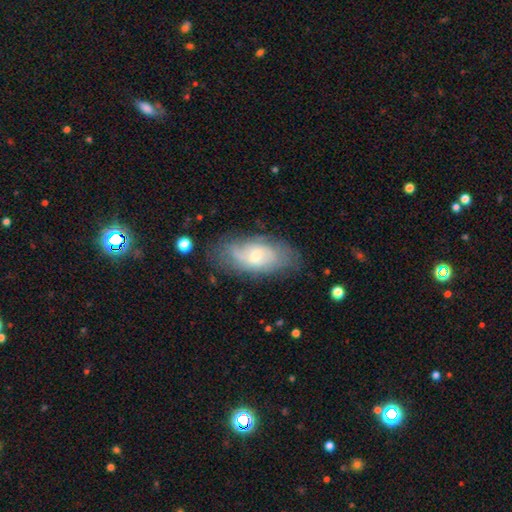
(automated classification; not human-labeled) Smooth or featured: featured or disk — 55% (smooth — 37%)
Edge-on disk: no — 90% (yes — 10%)
Merging: none — 67% (minor disturbance — 22%)